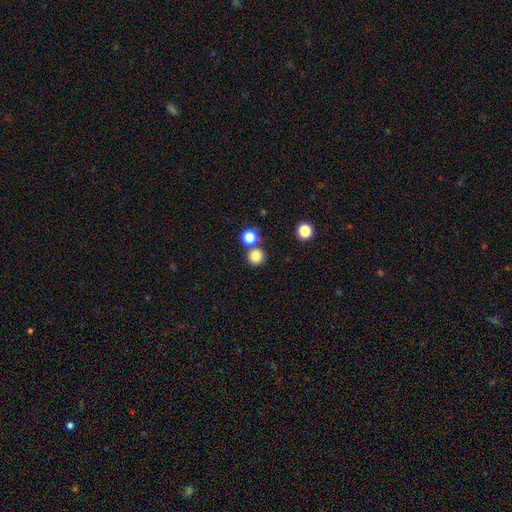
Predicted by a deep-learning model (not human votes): Q: Smooth or featured?
A: smooth (83%); runner-up: star or artifact (12%)
Q: How rounded?
A: round (94%); runner-up: in between (5%)
Q: Merging?
A: none (72%); runner-up: merger (20%)